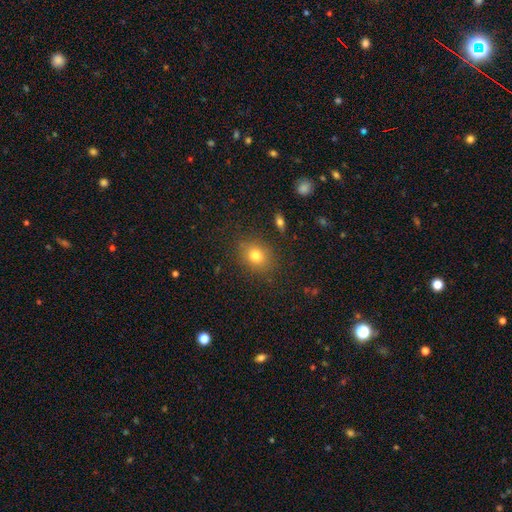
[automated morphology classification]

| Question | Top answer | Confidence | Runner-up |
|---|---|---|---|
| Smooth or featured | smooth | 78% | star or artifact (13%) |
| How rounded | round | 51% | in between (48%) |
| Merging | none | 84% | minor disturbance (11%) |